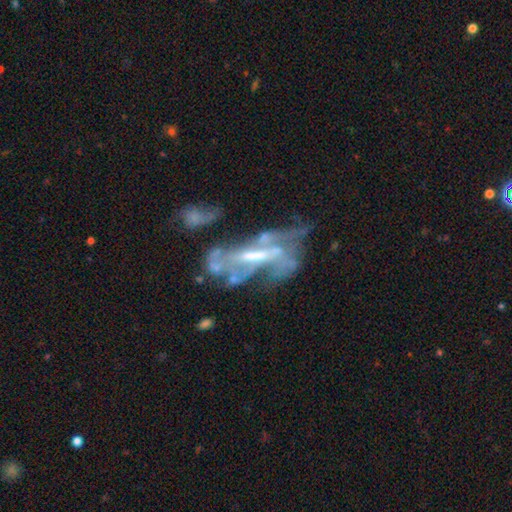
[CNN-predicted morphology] Smooth or featured? featured or disk (74%)
Edge-on disk? no (86%)
Bar? strong (37%)
Spiral arms? no (56%)
Bulge size? moderate (37%)
Merging? major disturbance (34%)